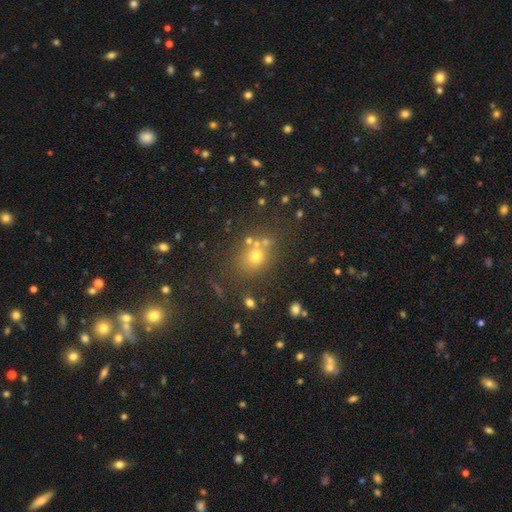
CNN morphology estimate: The model was most divided on "smooth or featured": smooth: 62%, star or artifact: 27%, featured or disk: 12%. More confident: how rounded — round (74%); merging — none (67%).